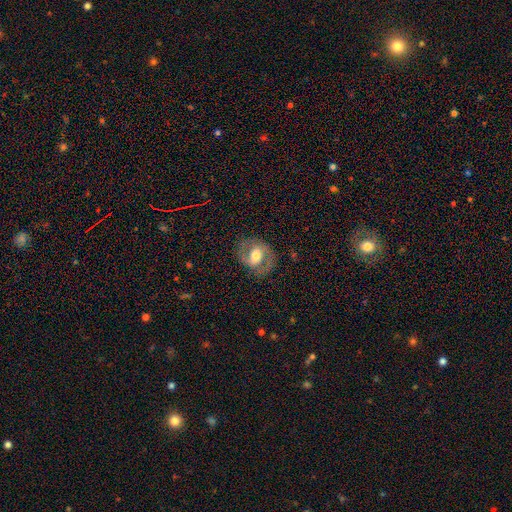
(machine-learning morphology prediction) This appears to be a featured or disk galaxy (63%) with a weak bar (40%), spiral arms (64%) and a moderate central bulge (63%). Merging: none (76%).